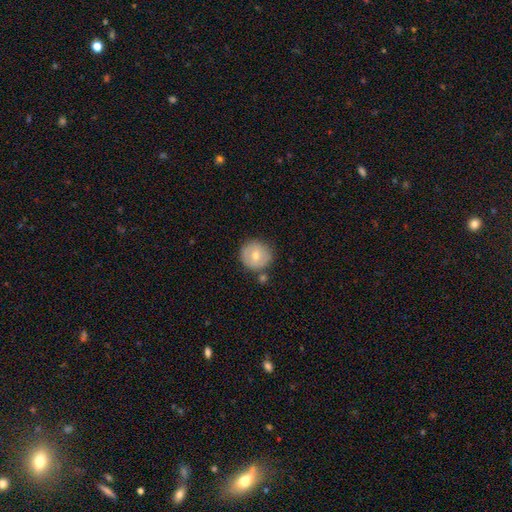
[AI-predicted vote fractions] Smooth or featured? Predicted: smooth (p=0.70). How rounded? Predicted: round (p=0.93). Merging? Predicted: none (p=0.78).